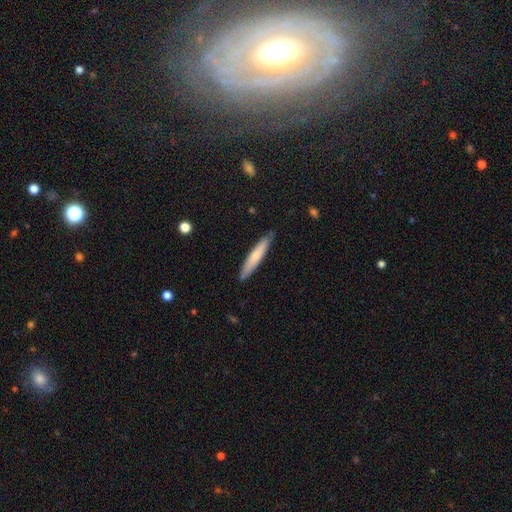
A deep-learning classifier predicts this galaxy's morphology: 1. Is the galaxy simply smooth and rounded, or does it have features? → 64% smooth, 31% featured or disk, 5% star or artifact.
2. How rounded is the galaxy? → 91% cigar-shaped, 8% in between, 1% round.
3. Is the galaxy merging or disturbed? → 86% none, 11% minor disturbance, 2% major disturbance, 1% merger.